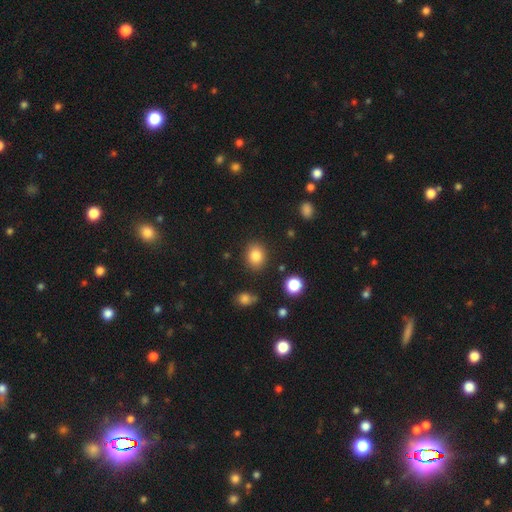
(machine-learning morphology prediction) The model was most divided on "how rounded": round: 60%, in between: 39%, cigar-shaped: 1%. More confident: merging — none (87%); smooth or featured — smooth (84%).